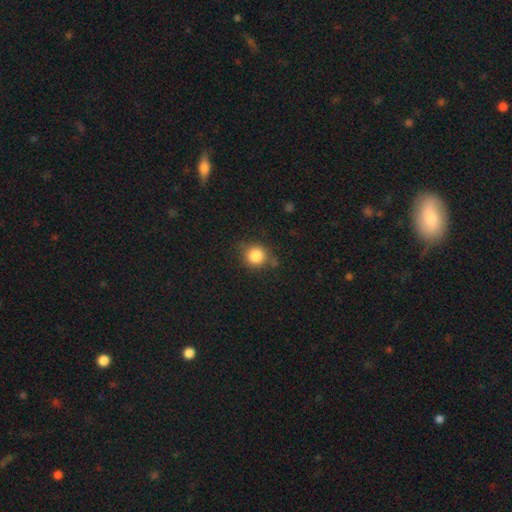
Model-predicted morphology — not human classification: A smooth galaxy with no disk features (84%) that is round (89%). Merging: none (77%).